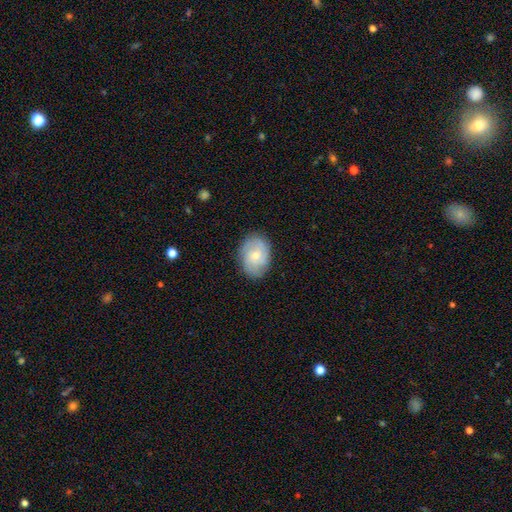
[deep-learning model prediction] Q: Smooth or featured?
A: featured or disk (52%); runner-up: smooth (41%)
Q: Edge-on disk?
A: no (97%); runner-up: yes (3%)
Q: Merging?
A: none (79%); runner-up: minor disturbance (16%)